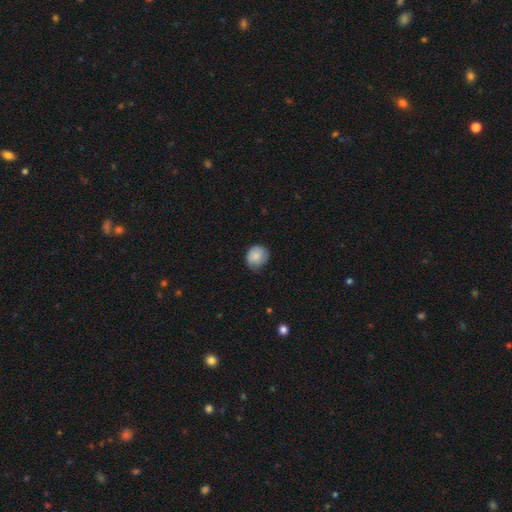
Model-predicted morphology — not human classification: Smooth or featured? Predicted: smooth (p=0.84). How rounded? Predicted: round (p=0.77). Merging? Predicted: none (p=0.69).